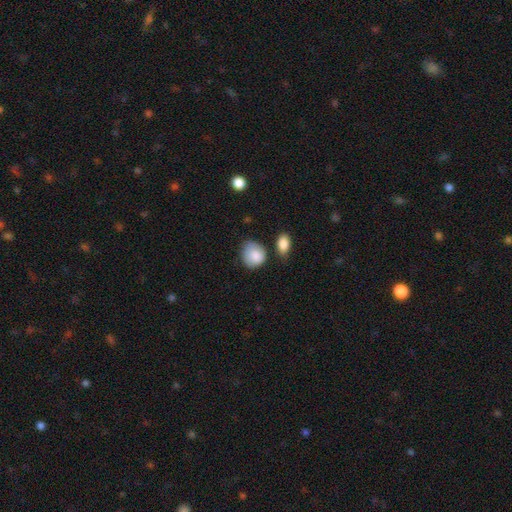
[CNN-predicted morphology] This is clearly a smooth galaxy (85%). How rounded: likely round (60%). Merging: possibly none (52%).